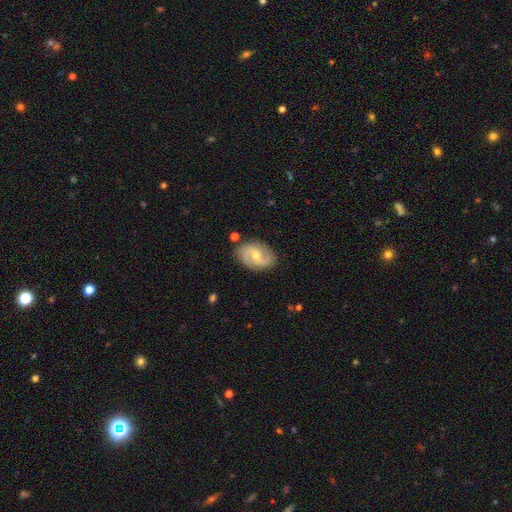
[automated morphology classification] This appears to be a featured or disk galaxy (81%) with no bar (49%), 2 (82%) medium (50%) spiral arms (95%) and a small central bulge (49%). Merging: none (81%).